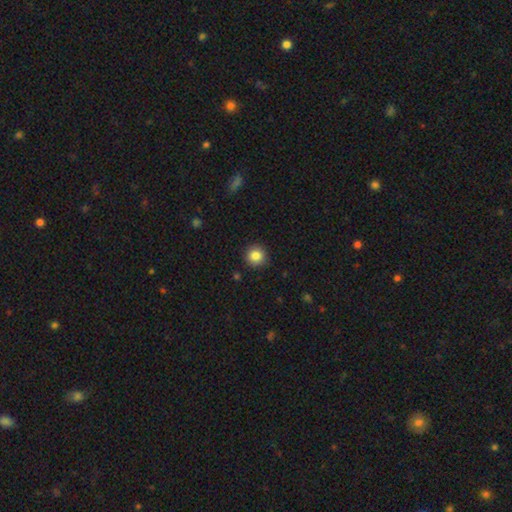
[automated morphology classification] Overall: smooth (85%). How rounded: round (93%). Merging: none (91%).